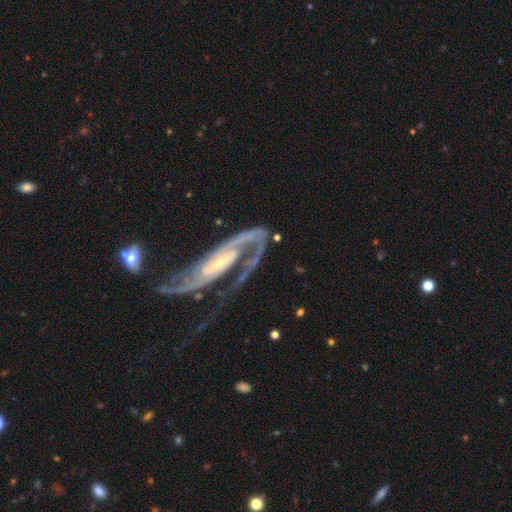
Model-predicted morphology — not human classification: A featured or disk galaxy (89%) with no bar (36%), 2 (78%) medium (48%) spiral arms (97%) and a small central bulge (64%). Merging: none (45%).